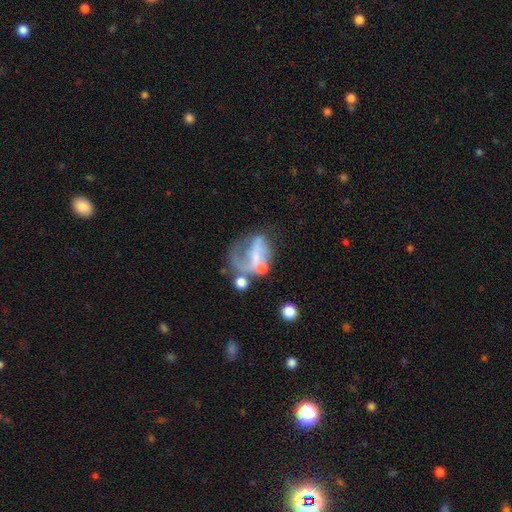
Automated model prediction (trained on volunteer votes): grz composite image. It shows a featured or disk galaxy (60%) with no bar (61%), spiral arms (51%) and no central bulge (49%). Merging: major disturbance (43%).